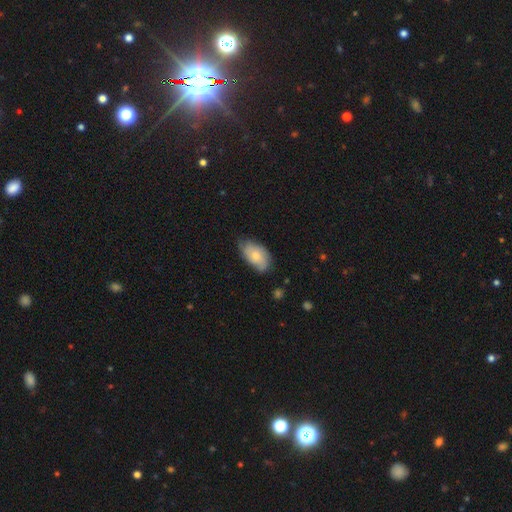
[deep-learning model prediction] A smooth galaxy with no disk features (62%) that is in between round and cigar-shaped (93%).

Vote fractions:
- Smooth or featured? smooth: 62% / featured or disk: 32% / star or artifact: 6%
- How rounded? in between: 93% / round: 5% / cigar-shaped: 2%
- Merging? none: 60% / minor disturbance: 31% / major disturbance: 7% / merger: 2%